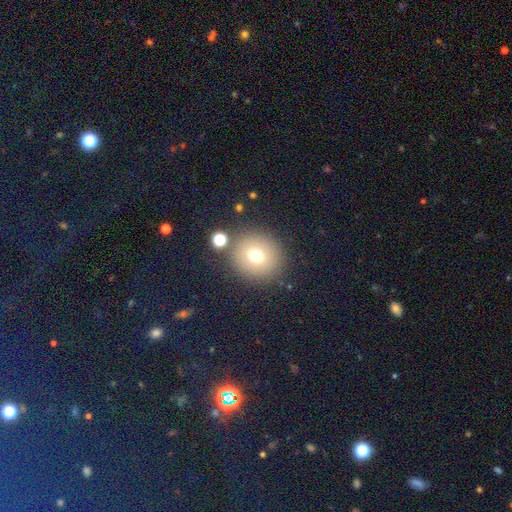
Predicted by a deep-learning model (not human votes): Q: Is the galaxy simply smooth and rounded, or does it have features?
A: smooth — 70%.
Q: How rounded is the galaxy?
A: round — 89%.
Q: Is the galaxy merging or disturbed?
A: none — 82%.